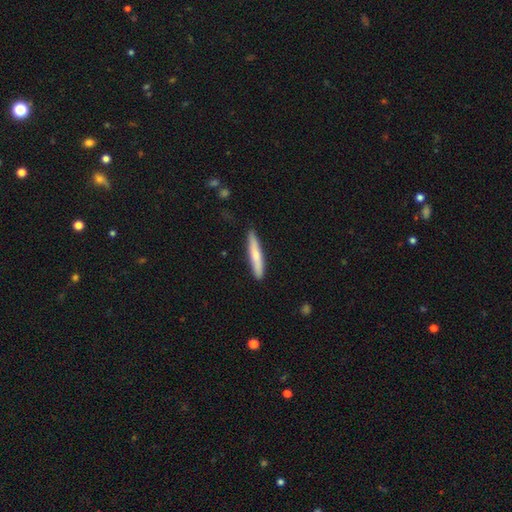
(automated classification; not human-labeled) smooth_or_featured: smooth (p=0.67) [alt: featured or disk p=0.28]
how_rounded: cigar-shaped (p=0.92) [alt: in between p=0.06]
merging: none (p=0.88) [alt: minor disturbance p=0.09]